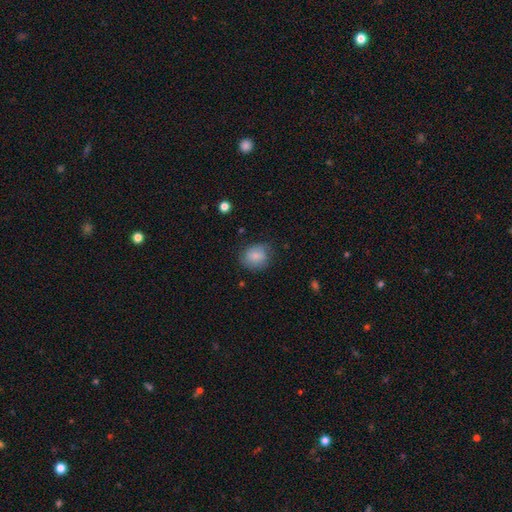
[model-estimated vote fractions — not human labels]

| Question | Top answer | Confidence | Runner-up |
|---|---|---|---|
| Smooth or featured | smooth | 82% | featured or disk (10%) |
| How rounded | round | 64% | in between (35%) |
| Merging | none | 69% | minor disturbance (23%) |